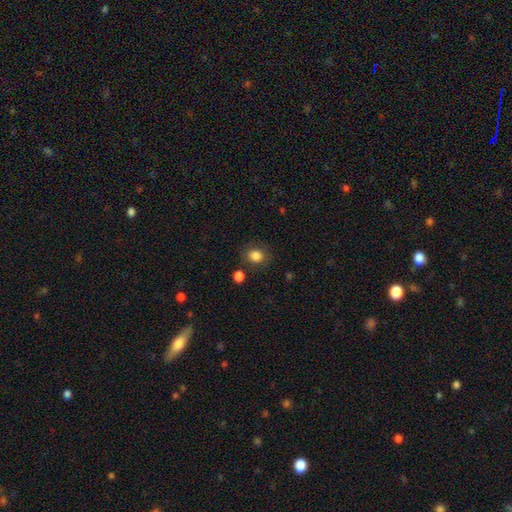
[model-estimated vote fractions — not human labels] A smooth galaxy with no disk features (84%) that is round (74%).

Vote fractions:
- Smooth or featured? smooth: 84% / star or artifact: 10% / featured or disk: 5%
- How rounded? round: 74% / in between: 25% / cigar-shaped: 1%
- Merging? none: 79% / minor disturbance: 12% / merger: 5% / major disturbance: 4%